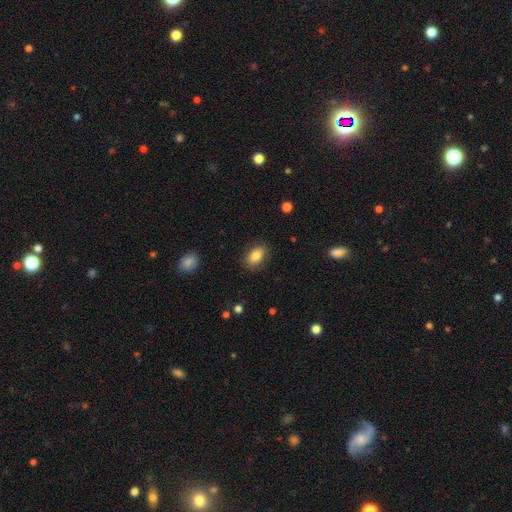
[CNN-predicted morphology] type=smooth (82%); roundness=in between (87%); merging=none (85%).